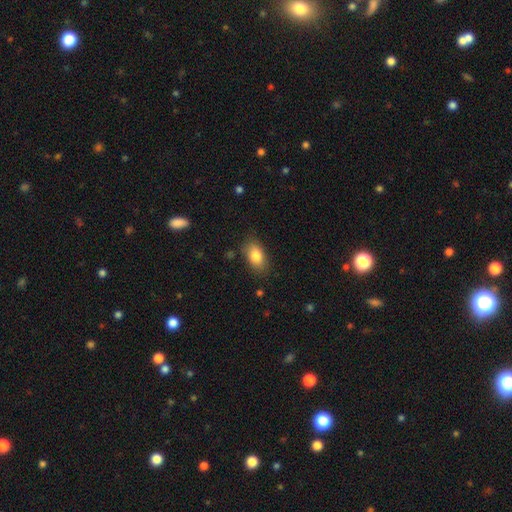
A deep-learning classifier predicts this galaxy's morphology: A smooth galaxy with no disk features (83%) that is in between round and cigar-shaped (89%). Merging: none (82%).